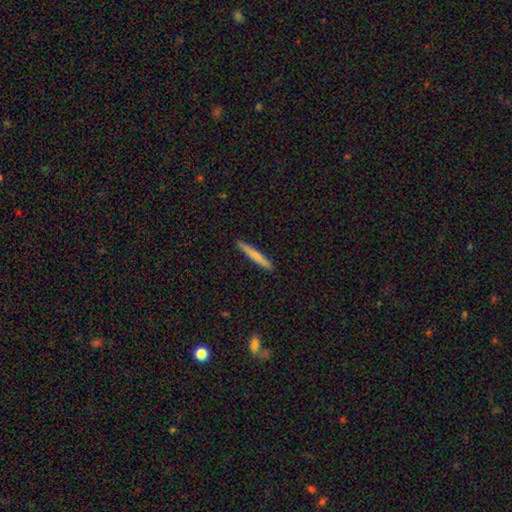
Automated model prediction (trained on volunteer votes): smooth 70%, featured or disk 25%, star or artifact 6%. Down the decision tree: how rounded — cigar-shaped (96%); merging — none (90%).